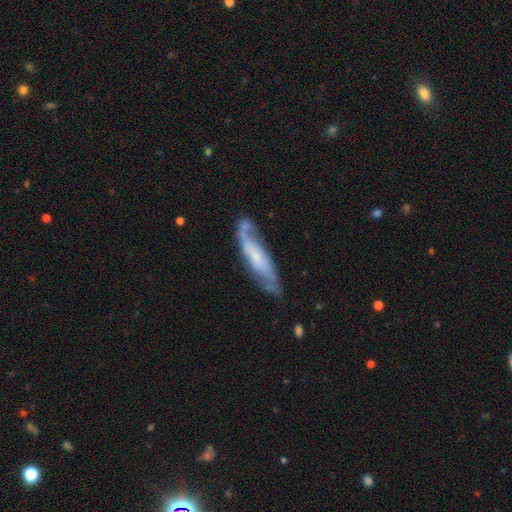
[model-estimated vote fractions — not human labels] smooth_or_featured: featured or disk (p=0.64) [alt: smooth p=0.29]
disk_edge_on: no (p=0.63) [alt: yes p=0.37]
merging: none (p=0.61) [alt: minor disturbance p=0.24]